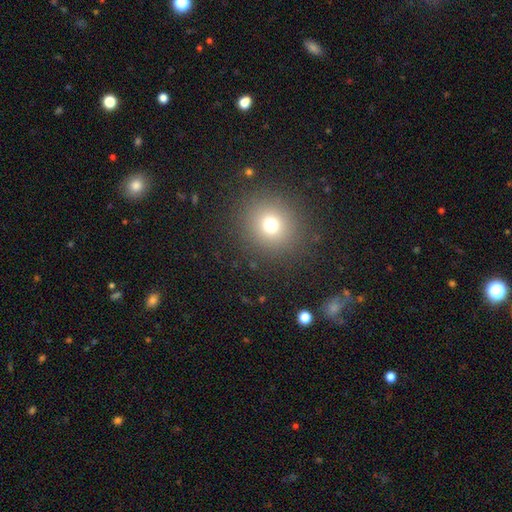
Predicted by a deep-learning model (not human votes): Smooth or featured?
  - smooth: 63% *
  - star or artifact: 29%
  - featured or disk: 8%
How rounded?
  - round: 89% *
  - in between: 10%
  - cigar-shaped: 1%
Merging?
  - none: 91% *
  - minor disturbance: 5%
  - major disturbance: 2%
  - merger: 2%